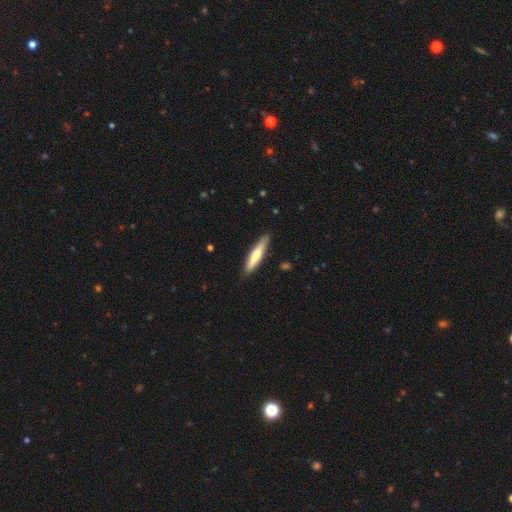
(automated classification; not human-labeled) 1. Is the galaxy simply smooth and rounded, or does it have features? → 65% smooth, 30% featured or disk, 5% star or artifact.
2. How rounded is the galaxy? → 86% cigar-shaped, 12% in between, 1% round.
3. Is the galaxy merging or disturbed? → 86% none, 11% minor disturbance, 2% major disturbance, 1% merger.